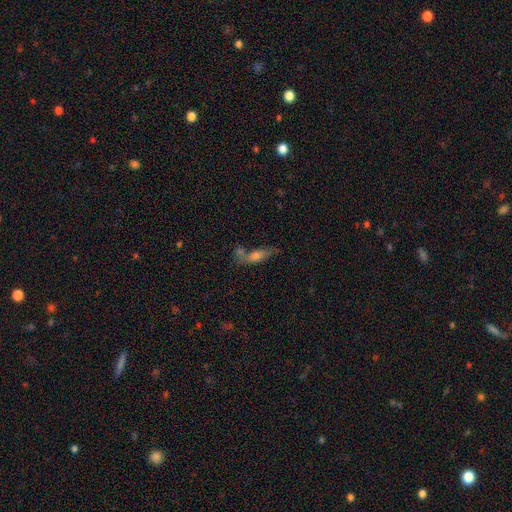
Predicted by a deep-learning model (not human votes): This is possibly a smooth galaxy (53%). How rounded: possibly cigar-shaped (50%). Merging: marginally none (43%).